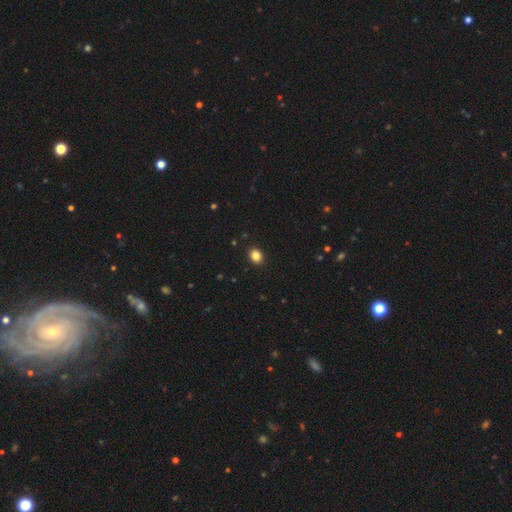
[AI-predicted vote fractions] smooth-or-featured: smooth: 85% | star or artifact: 10% | featured or disk: 4%
  how-rounded: in between: 50% (tied) | round: 50% (tied) | cigar-shaped: 1%
  merging: none: 91% | minor disturbance: 6% | major disturbance: 2% | merger: 1%